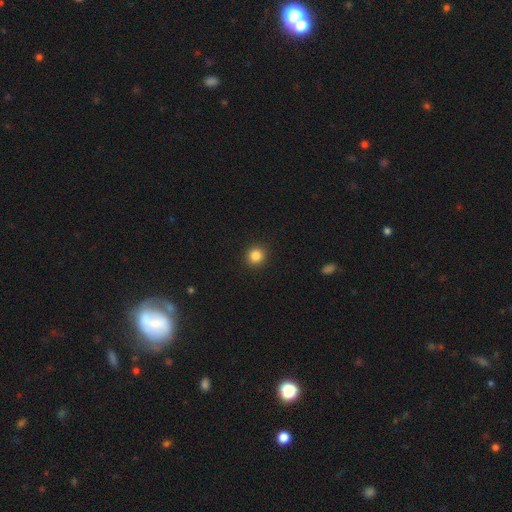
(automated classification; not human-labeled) Smooth or featured? smooth (85%)
How rounded? round (91%)
Merging? none (92%)